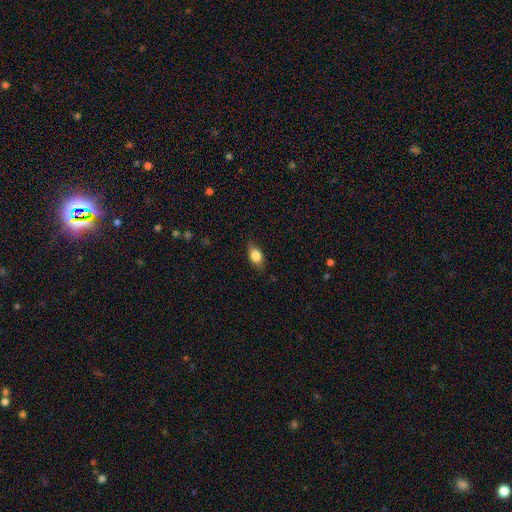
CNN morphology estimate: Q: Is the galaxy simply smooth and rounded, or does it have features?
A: smooth — 75%.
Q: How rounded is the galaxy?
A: in between — 82%.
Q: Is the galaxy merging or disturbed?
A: none — 80%.